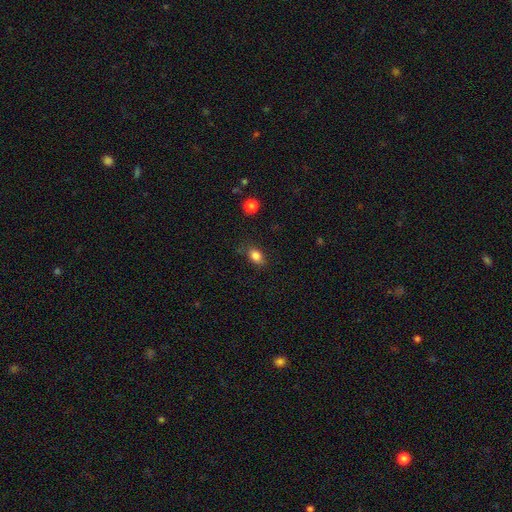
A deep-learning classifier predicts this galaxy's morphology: A smooth galaxy with no disk features (84%) that is in between round and cigar-shaped (77%). Merging: none (76%).